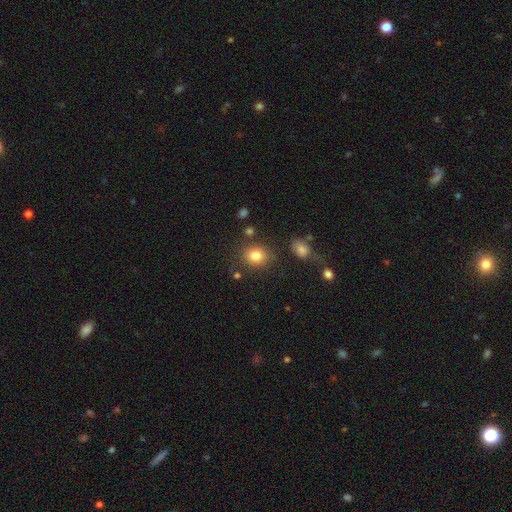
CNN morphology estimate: A smooth galaxy with no disk features (81%) that is round (71%). Merging: none (80%).